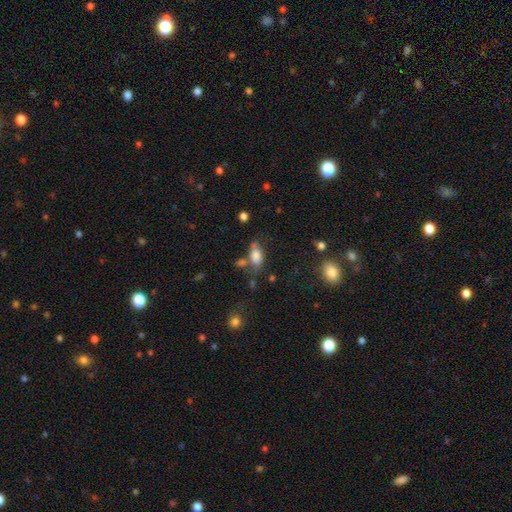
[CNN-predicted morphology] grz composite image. It shows a smooth galaxy with no disk features (76%) that is in between round and cigar-shaped (87%). Merging: none (50%).